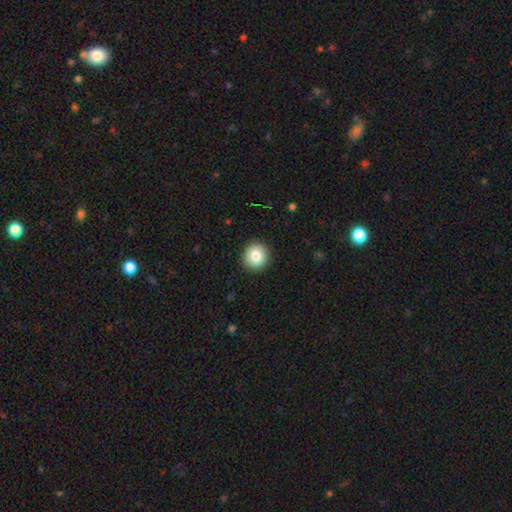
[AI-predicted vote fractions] Smooth or featured: smooth — 83% (star or artifact — 9%)
How rounded: round — 94% (in between — 5%)
Merging: none — 92% (minor disturbance — 5%)